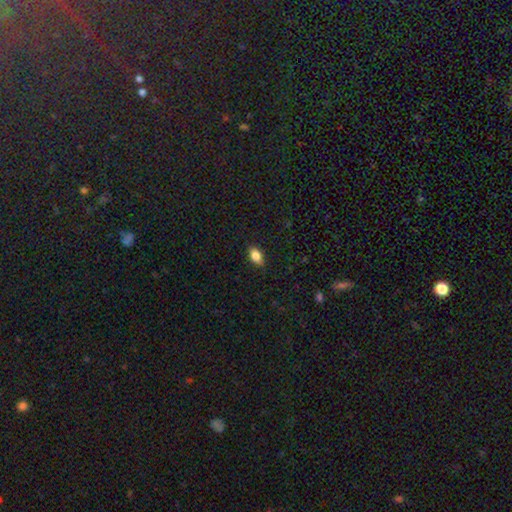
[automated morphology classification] A smooth galaxy with no disk features (84%) that is in between round and cigar-shaped (87%). Merging: none (84%).